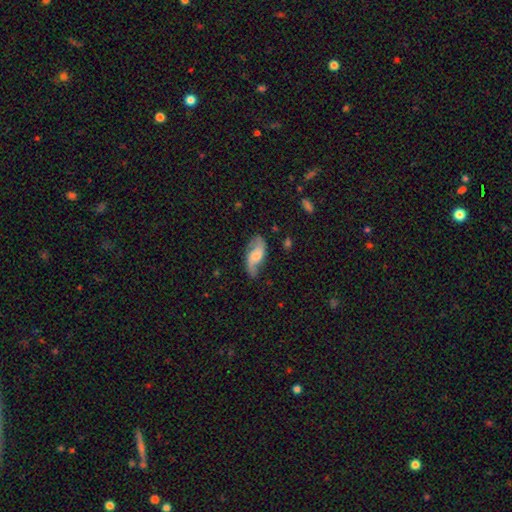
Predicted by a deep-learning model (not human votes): Smooth or featured: featured or disk — 66% (smooth — 27%)
Edge-on disk: no — 93% (yes — 7%)
Bar: no — 52% (weak — 38%)
Spiral arms: yes — 92% (no — 8%)
Spiral winding: loose — 65% (medium — 26%)
Spiral arm count: 2 — 88% (can't tell — 5%)
Bulge size: moderate — 41% (small — 36%)
Merging: none — 70% (minor disturbance — 20%)